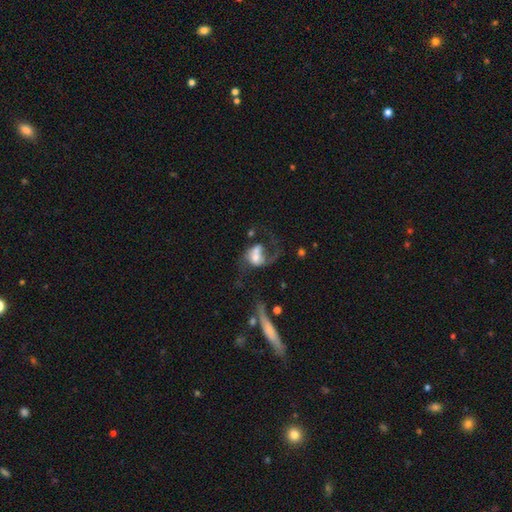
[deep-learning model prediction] Smooth or featured? featured or disk (58%)
Edge-on disk? no (96%)
Bar? no (59%)
Spiral arms? yes (72%)
Bulge size? moderate (45%)
Merging? major disturbance (43%)